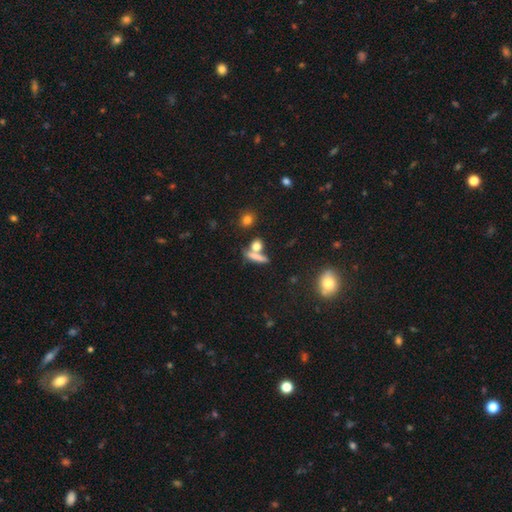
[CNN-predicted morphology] This is likely a smooth galaxy (65%). How rounded: likely cigar-shaped (60%). Merging: possibly none (55%).